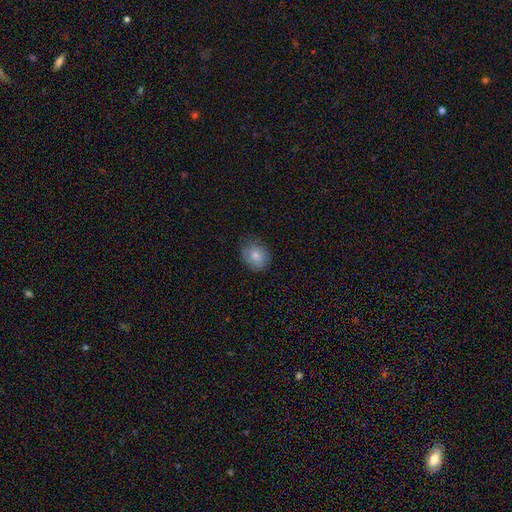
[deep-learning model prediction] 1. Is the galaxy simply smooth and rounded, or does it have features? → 80% smooth, 12% featured or disk, 8% star or artifact.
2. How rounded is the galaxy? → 52% round, 47% in between, 1% cigar-shaped.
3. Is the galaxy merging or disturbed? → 78% none, 17% minor disturbance, 4% major disturbance, 1% merger.